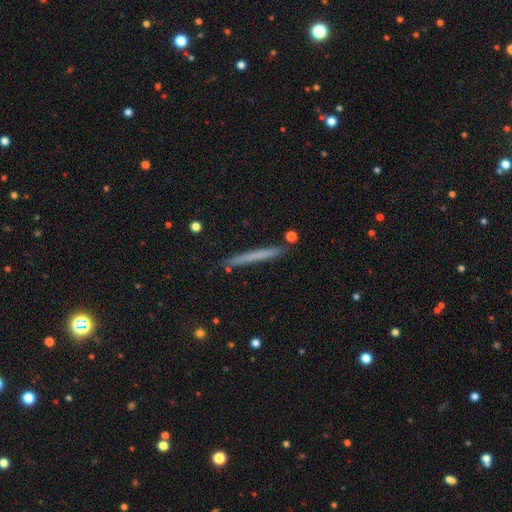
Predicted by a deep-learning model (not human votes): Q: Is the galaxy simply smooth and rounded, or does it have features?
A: smooth — 61%.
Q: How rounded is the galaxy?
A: cigar-shaped — 97%.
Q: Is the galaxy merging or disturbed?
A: none — 87%.